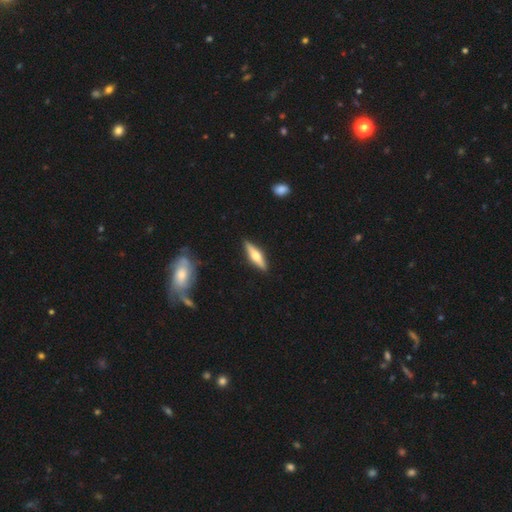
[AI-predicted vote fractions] Q: Smooth or featured?
A: featured or disk (55%); runner-up: smooth (39%)
Q: Edge-on disk?
A: yes (94%); runner-up: no (6%)
Q: Edge-on bulge?
A: rounded (91%); runner-up: boxy (6%)
Q: Merging?
A: none (89%); runner-up: minor disturbance (8%)